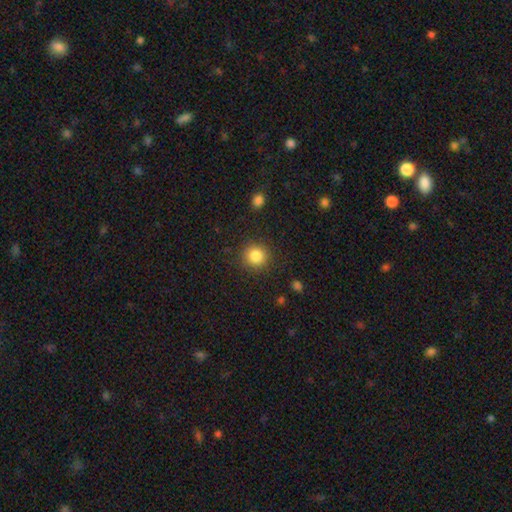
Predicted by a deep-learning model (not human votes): Q: Smooth or featured?
A: smooth (84%); runner-up: star or artifact (11%)
Q: How rounded?
A: round (92%); runner-up: in between (7%)
Q: Merging?
A: none (88%); runner-up: minor disturbance (8%)